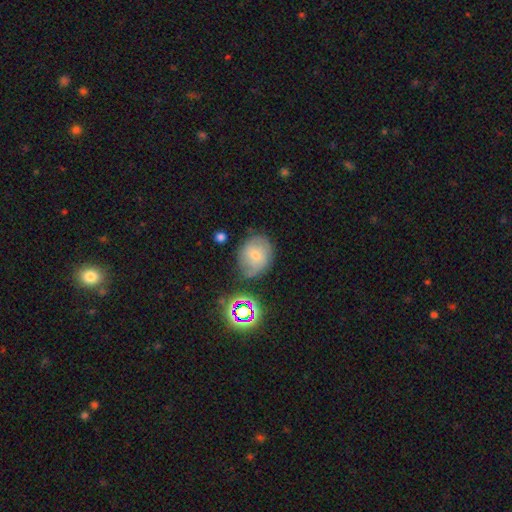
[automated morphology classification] Smooth or featured?
  - smooth: 51% *
  - featured or disk: 35%
  - star or artifact: 14%
How rounded?
  - round: 55% *
  - in between: 44%
  - cigar-shaped: 1%
Merging?
  - none: 59% *
  - minor disturbance: 25%
  - major disturbance: 9%
  - merger: 6%